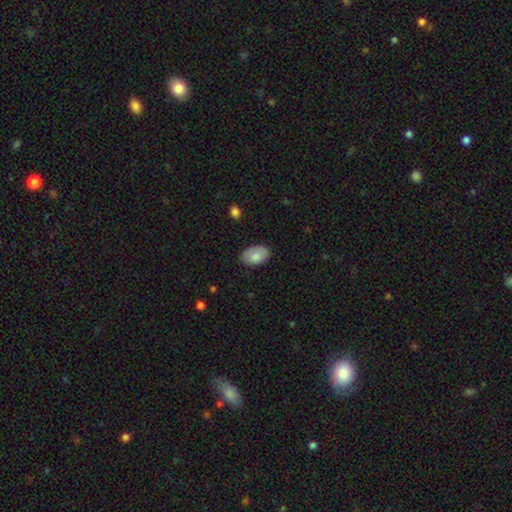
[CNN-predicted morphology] Smooth or featured? Predicted: smooth (p=0.80). How rounded? Predicted: in between (p=0.92). Merging? Predicted: none (p=0.77).